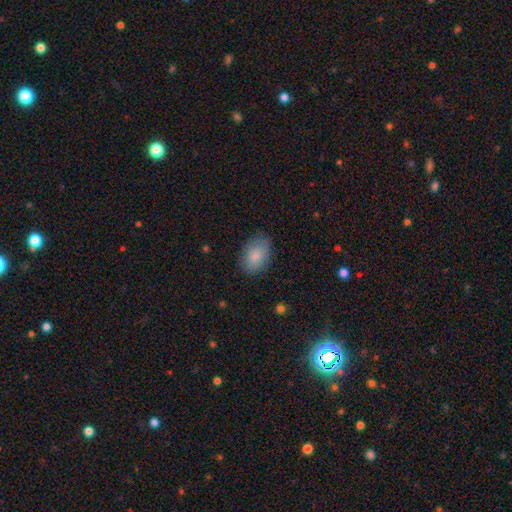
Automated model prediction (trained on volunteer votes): The model was most divided on "merging": none: 80%, minor disturbance: 15%, major disturbance: 4%, merger: 1%. More confident: how rounded — in between (87%); smooth or featured — smooth (84%).